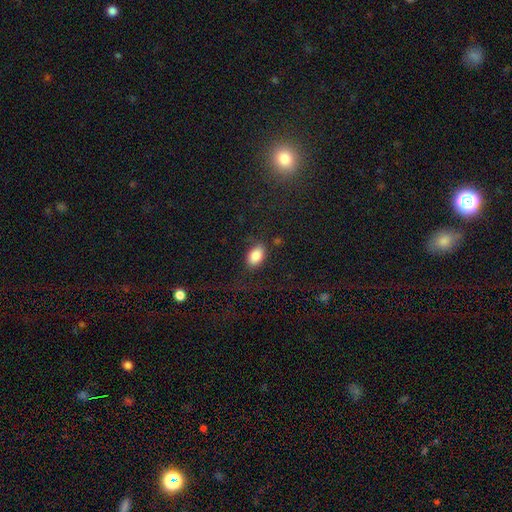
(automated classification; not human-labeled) This appears to be a smooth galaxy with no disk features (87%) that is in between round and cigar-shaped (91%). Merging: none (77%).